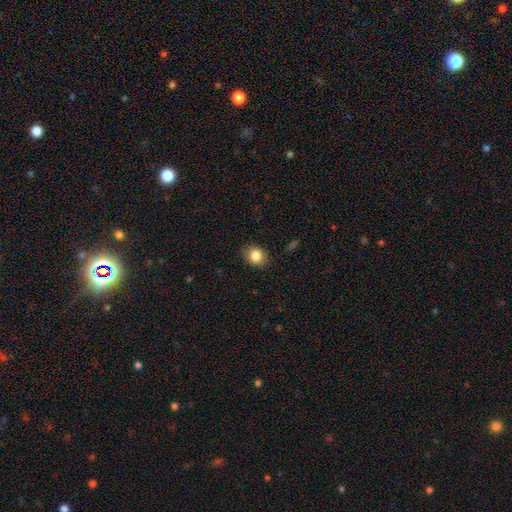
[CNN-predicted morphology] type=smooth (84%); roundness=round (50%); merging=none (87%).